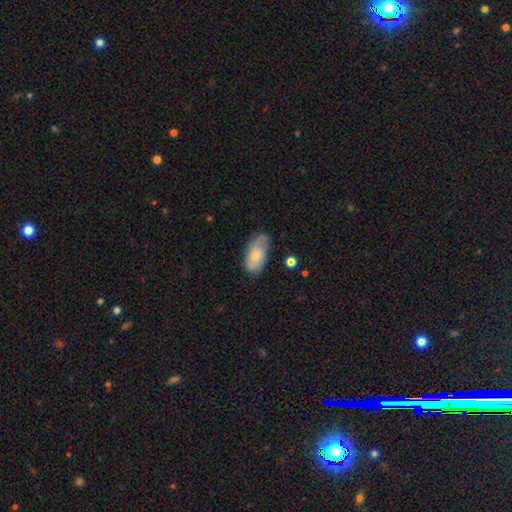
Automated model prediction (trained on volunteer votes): Overall: smooth (68%). How rounded: in between (93%). Merging: none (66%).